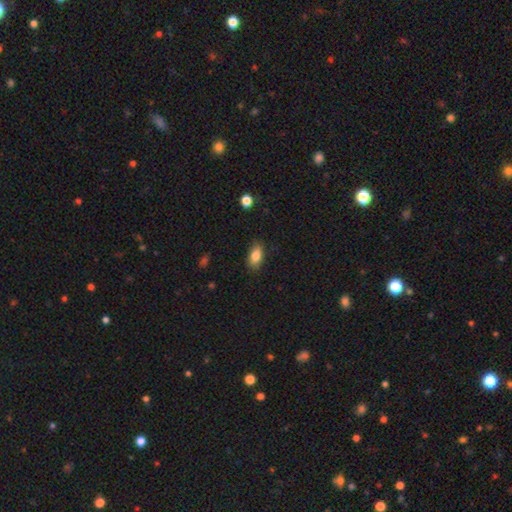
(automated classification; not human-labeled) Q: Smooth or featured?
A: smooth (85%); runner-up: star or artifact (8%)
Q: How rounded?
A: in between (89%); runner-up: round (6%)
Q: Merging?
A: none (84%); runner-up: minor disturbance (12%)